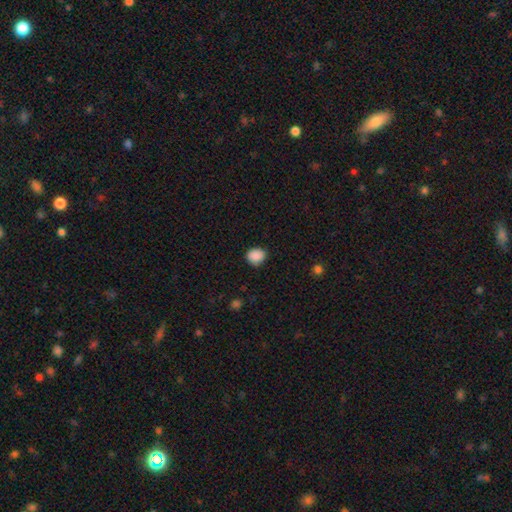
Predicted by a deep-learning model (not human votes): smooth-or-featured: smooth: 88% | star or artifact: 8% | featured or disk: 3%
  how-rounded: round: 70% | in between: 30% | cigar-shaped: 1%
  merging: none: 81% | minor disturbance: 15% | major disturbance: 3% | merger: 1%